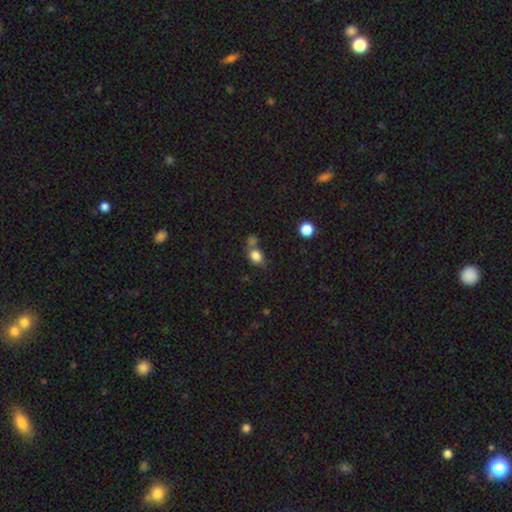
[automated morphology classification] type=smooth (82%); roundness=round (53%); merging=none (52%).